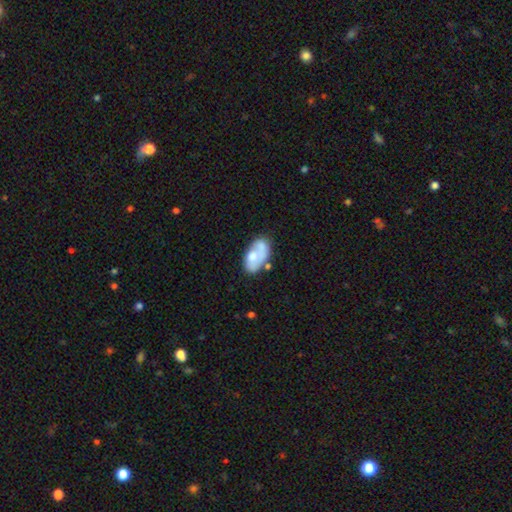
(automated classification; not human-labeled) smooth_or_featured: smooth (p=0.57) [alt: featured or disk p=0.36]
how_rounded: in between (p=0.93) [alt: round p=0.06]
merging: none (p=0.40) [alt: minor disturbance p=0.24]